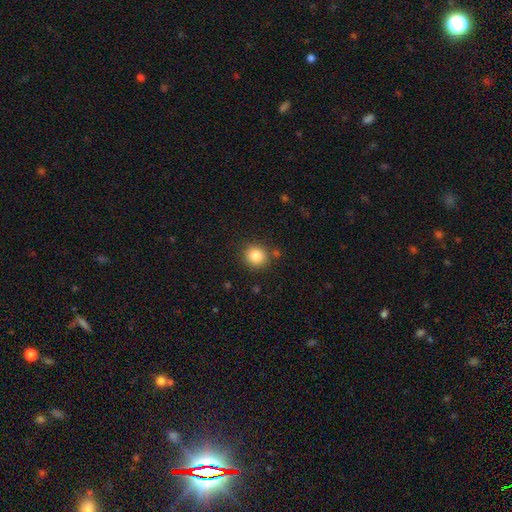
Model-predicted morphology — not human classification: Smooth or featured: smooth — 84% (star or artifact — 11%)
How rounded: round — 88% (in between — 11%)
Merging: none — 85% (minor disturbance — 8%)